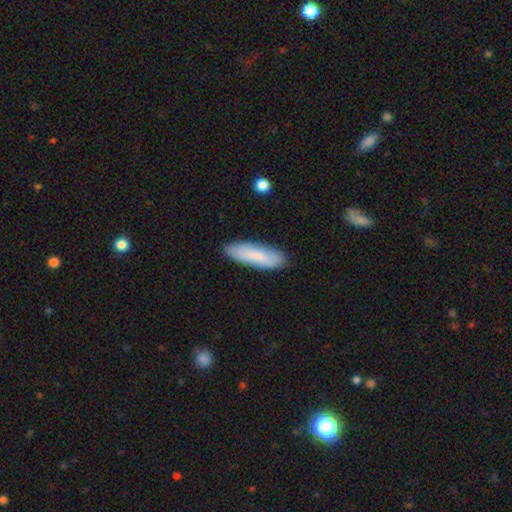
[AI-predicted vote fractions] This appears to be a smooth galaxy with no disk features (78%) that is in between round and cigar-shaped (50%). Merging: none (85%).